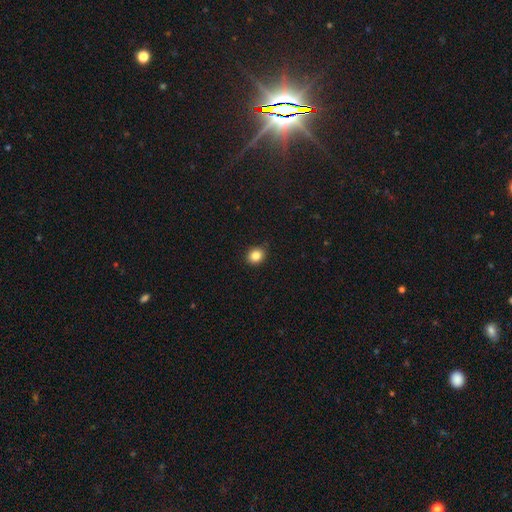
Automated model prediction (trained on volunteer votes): Q: Smooth or featured?
A: smooth (85%); runner-up: star or artifact (10%)
Q: How rounded?
A: round (69%); runner-up: in between (30%)
Q: Merging?
A: none (88%); runner-up: minor disturbance (10%)